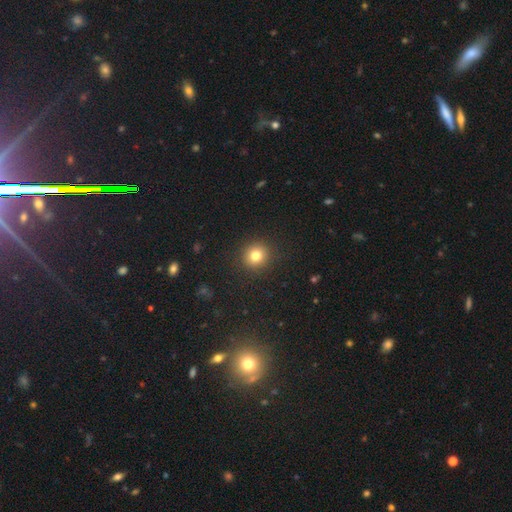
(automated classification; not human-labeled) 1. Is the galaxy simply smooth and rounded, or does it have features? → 80% smooth, 13% star or artifact, 7% featured or disk.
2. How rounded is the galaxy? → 91% round, 8% in between, 1% cigar-shaped.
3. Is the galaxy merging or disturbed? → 91% none, 6% minor disturbance, 2% major disturbance, 1% merger.